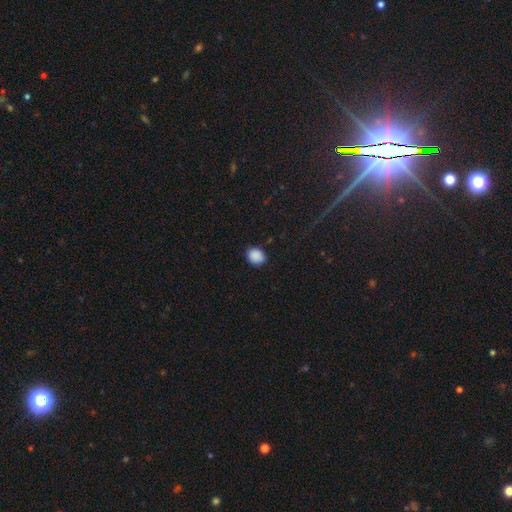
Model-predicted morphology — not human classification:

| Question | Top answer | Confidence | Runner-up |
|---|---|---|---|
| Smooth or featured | smooth | 89% | star or artifact (9%) |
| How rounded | round | 60% | in between (40%) |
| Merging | none | 86% | minor disturbance (10%) |